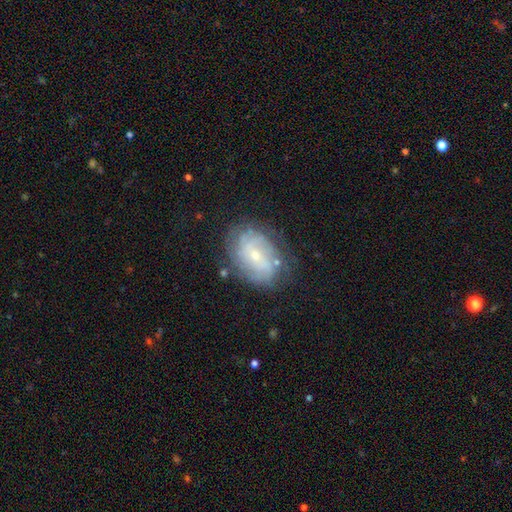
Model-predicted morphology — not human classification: Smooth or featured?
  - featured or disk: 68% *
  - smooth: 23%
  - star or artifact: 8%
Edge-on disk?
  - no: 96% *
  - yes: 4%
Bar?
  - no: 58% *
  - weak: 35%
  - strong: 7%
Spiral arms?
  - yes: 81% *
  - no: 19%
Spiral winding?
  - tight: 51% *
  - medium: 33%
  - loose: 16%
Spiral arm count?
  - can't tell: 50% *
  - 2: 25%
  - 3: 10%
  - 4: 7%
  - more than 4: 4%
  - 1: 4%
Bulge size?
  - small: 70% *
  - moderate: 25%
  - none: 2%
  - large: 2%
  - dominant: 1%
Merging?
  - none: 71% *
  - minor disturbance: 19%
  - major disturbance: 7%
  - merger: 2%